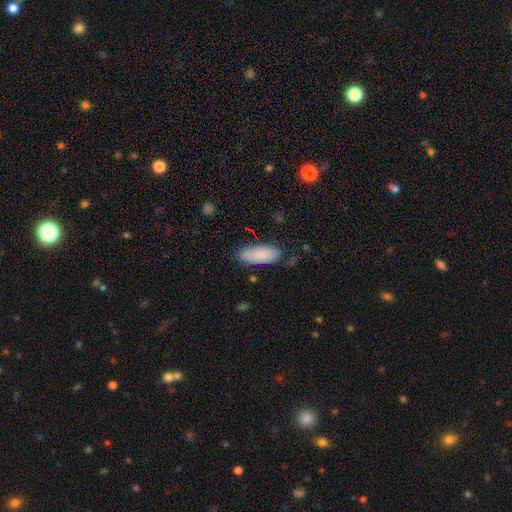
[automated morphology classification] Smooth or featured?
  - smooth: 87% *
  - featured or disk: 7%
  - star or artifact: 6%
How rounded?
  - in between: 78% *
  - cigar-shaped: 20%
  - round: 2%
Merging?
  - none: 79% *
  - minor disturbance: 16%
  - major disturbance: 3%
  - merger: 2%